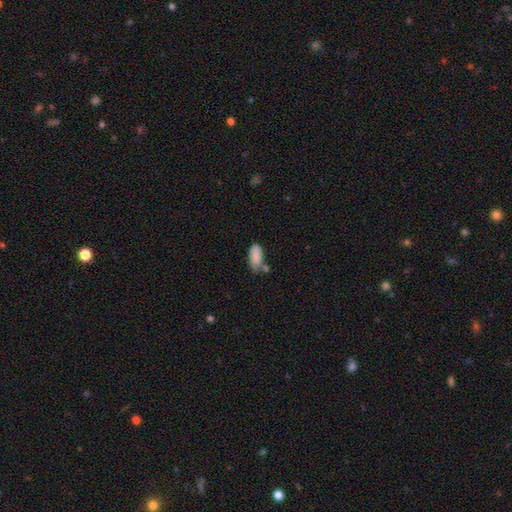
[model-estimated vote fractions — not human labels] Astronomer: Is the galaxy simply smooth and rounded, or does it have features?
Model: smooth — 86%.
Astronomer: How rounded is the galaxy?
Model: in between — 90%.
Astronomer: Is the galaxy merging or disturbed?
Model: none — 57%.